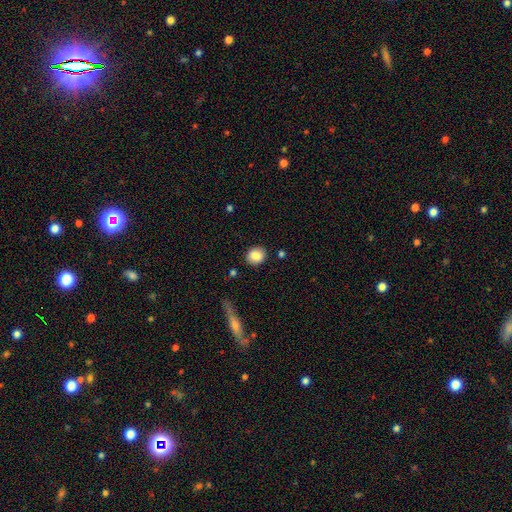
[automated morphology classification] smooth-or-featured: smooth: 86% | star or artifact: 8% | featured or disk: 6%
  how-rounded: round: 73% | in between: 26% | cigar-shaped: 1%
  merging: none: 87% | minor disturbance: 8% | major disturbance: 2% | merger: 2%